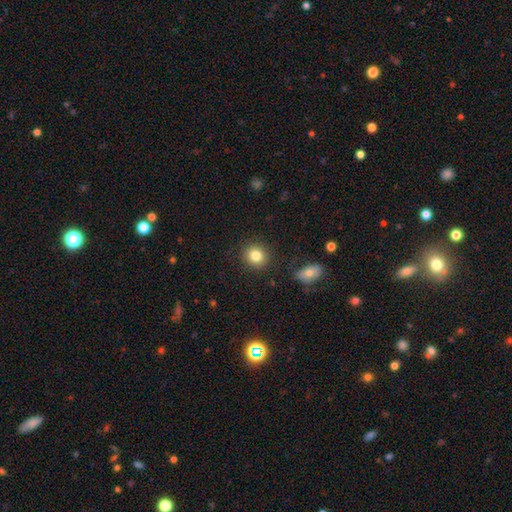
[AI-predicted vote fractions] The model was most divided on "how rounded": round: 82%, in between: 17%, cigar-shaped: 1%. More confident: merging — none (88%); smooth or featured — smooth (82%).